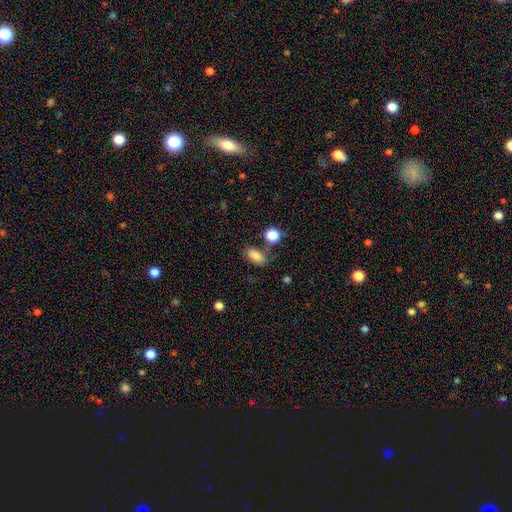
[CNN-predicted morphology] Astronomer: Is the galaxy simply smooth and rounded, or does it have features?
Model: smooth — 83%.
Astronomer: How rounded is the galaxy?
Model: in between — 88%.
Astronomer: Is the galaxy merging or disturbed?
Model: none — 70%.